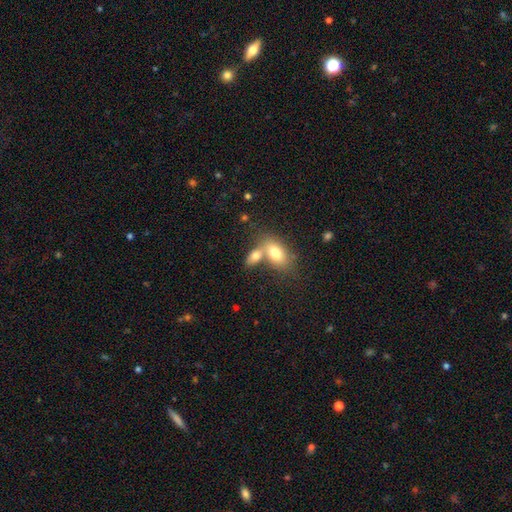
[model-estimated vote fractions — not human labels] Morphology: type=smooth (78%); roundness=in between (87%); merging=merger (54%).